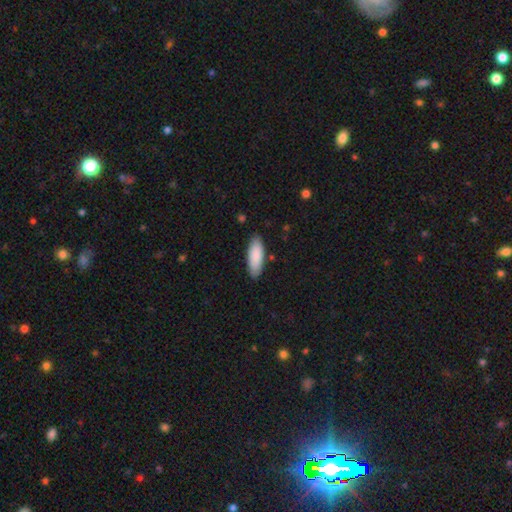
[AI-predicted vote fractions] A smooth galaxy with no disk features (88%) that is in between round and cigar-shaped (72%).

Vote fractions:
- Smooth or featured? smooth: 88% / featured or disk: 7% / star or artifact: 5%
- How rounded? in between: 72% / cigar-shaped: 27% / round: 1%
- Merging? none: 86% / minor disturbance: 11% / major disturbance: 2% / merger: 2%